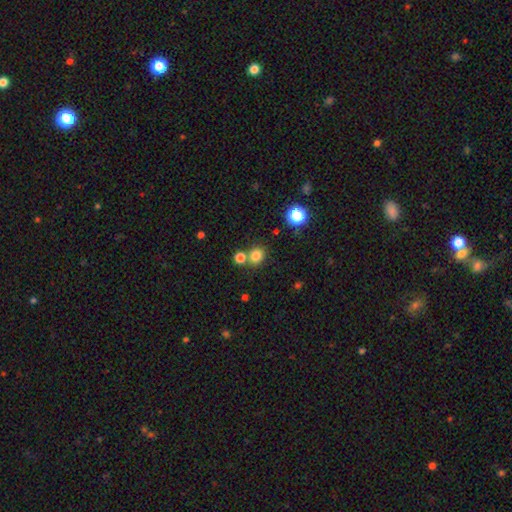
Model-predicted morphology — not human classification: type=smooth (80%); roundness=round (82%); merging=none (66%).